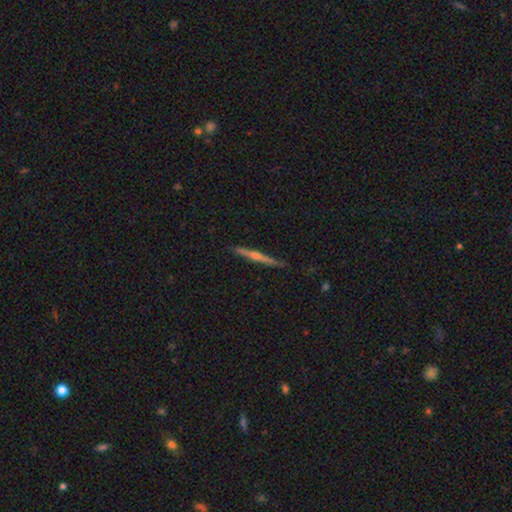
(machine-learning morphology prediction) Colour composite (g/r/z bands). It shows a featured or disk galaxy (77%) viewed edge-on (98%) with a rounded central bulge (83%). Merging: none (90%).